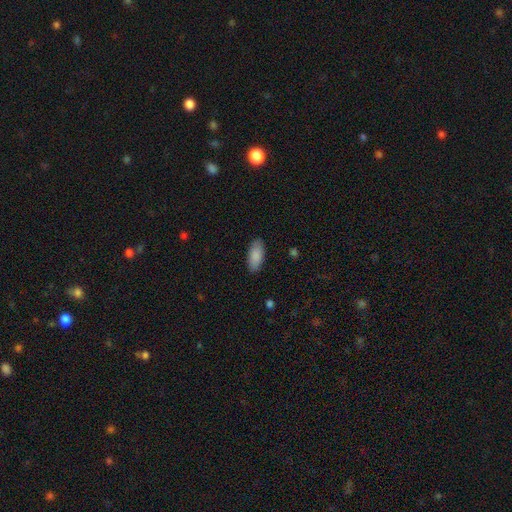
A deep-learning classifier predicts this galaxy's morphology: smooth-or-featured: smooth: 88% | featured or disk: 6% | star or artifact: 6%
  how-rounded: in between: 89% | cigar-shaped: 9% | round: 2%
  merging: none: 87% | minor disturbance: 10% | major disturbance: 2% | merger: 1%